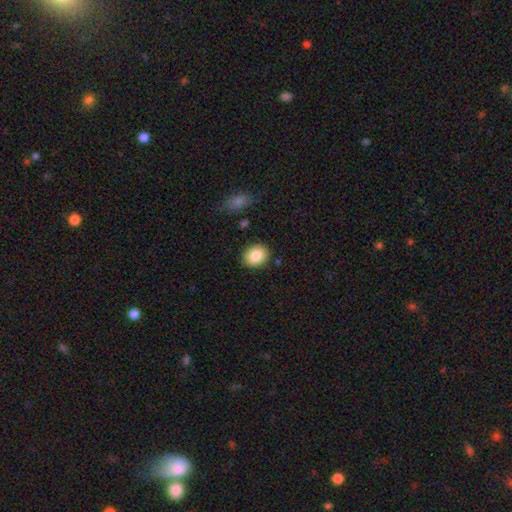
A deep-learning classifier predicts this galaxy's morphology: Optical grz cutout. It shows a smooth galaxy with no disk features (85%) that is round (58%). Merging: none (86%).